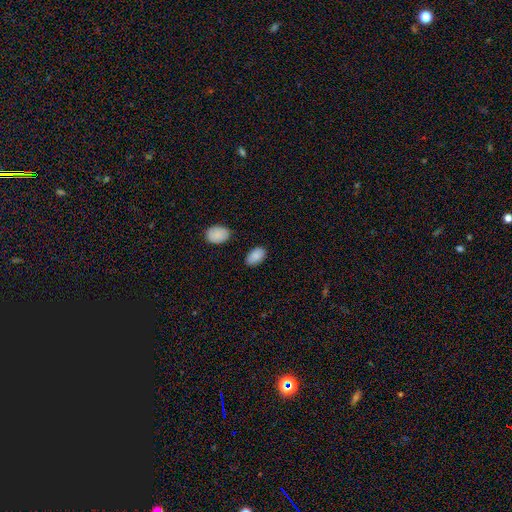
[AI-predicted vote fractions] A smooth galaxy with no disk features (88%) that is in between round and cigar-shaped (94%).

Vote fractions:
- Smooth or featured? smooth: 88% / star or artifact: 7% / featured or disk: 5%
- How rounded? in between: 94% / round: 5% / cigar-shaped: 1%
- Merging? none: 83% / minor disturbance: 12% / merger: 3% / major disturbance: 3%